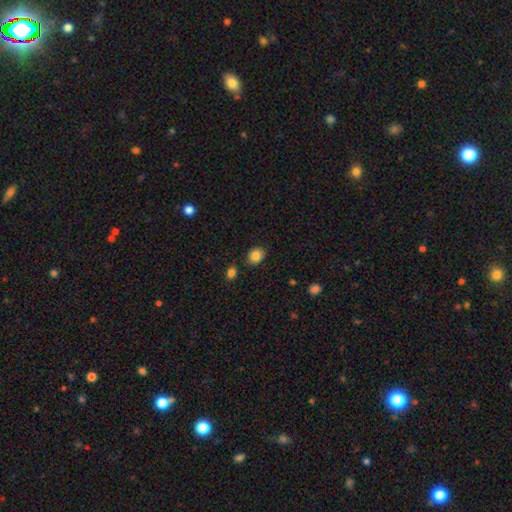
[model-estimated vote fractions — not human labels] smooth 86%, star or artifact 9%, featured or disk 5%. Down the decision tree: how rounded — in between (50%); merging — none (81%).